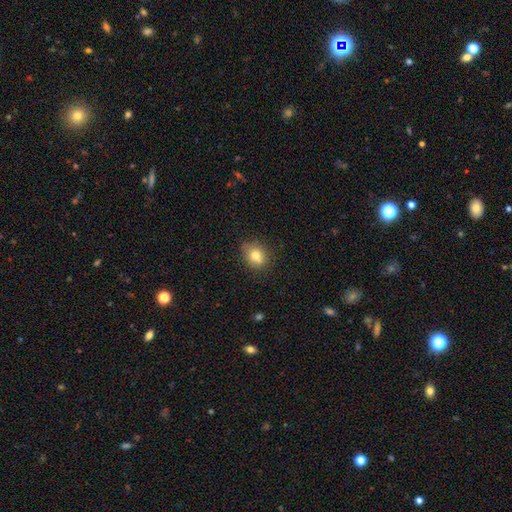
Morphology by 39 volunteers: smooth 74%, featured or disk 18%, star or artifact 8%. Down the decision tree: how rounded — in between (52%); merging — none (81%).